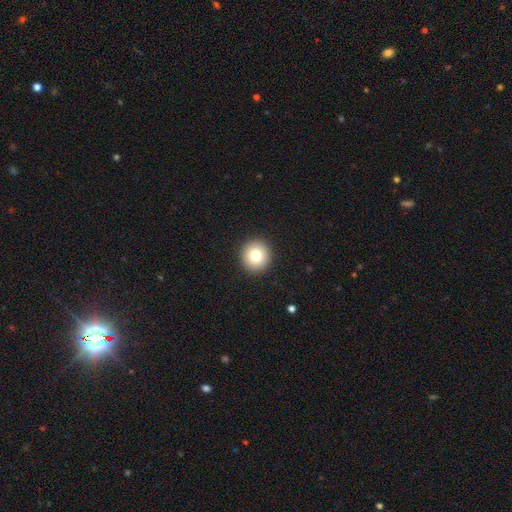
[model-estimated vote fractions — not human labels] The model was most divided on "smooth or featured": smooth: 79%, featured or disk: 11%, star or artifact: 10%. More confident: how rounded — round (95%); merging — none (93%).